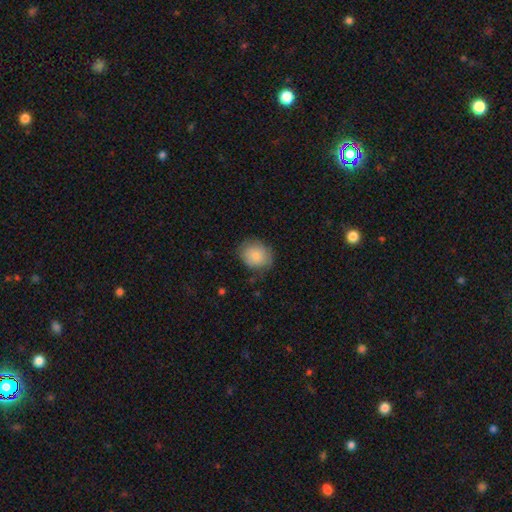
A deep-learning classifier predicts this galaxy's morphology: Q: Smooth or featured?
A: smooth (82%); runner-up: featured or disk (10%)
Q: How rounded?
A: round (65%); runner-up: in between (35%)
Q: Merging?
A: none (72%); runner-up: minor disturbance (21%)